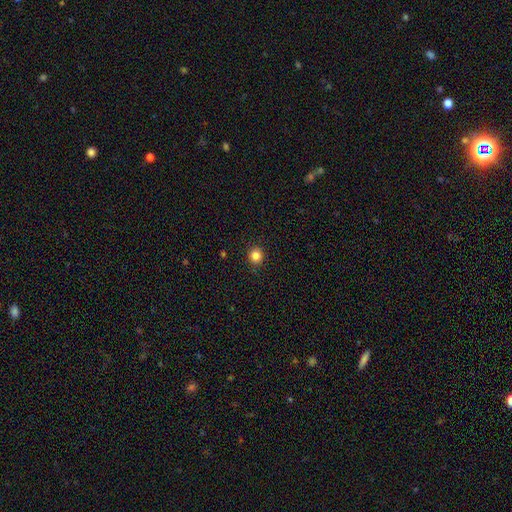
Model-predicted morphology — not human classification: Q: Smooth or featured?
A: smooth (84%); runner-up: star or artifact (12%)
Q: How rounded?
A: round (90%); runner-up: in between (9%)
Q: Merging?
A: none (91%); runner-up: minor disturbance (6%)